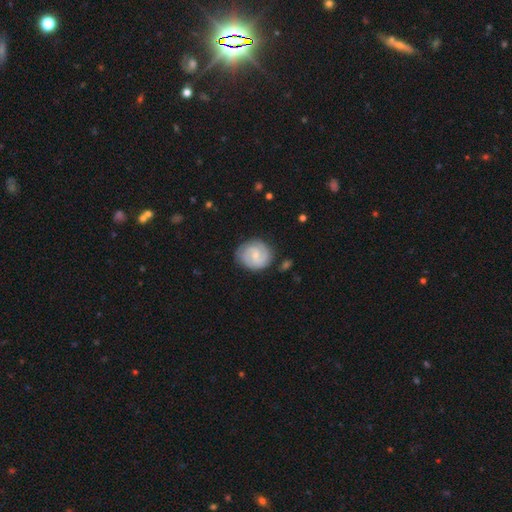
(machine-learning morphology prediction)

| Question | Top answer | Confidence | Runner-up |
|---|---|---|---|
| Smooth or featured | featured or disk | 80% | smooth (16%) |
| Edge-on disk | no | 98% | yes (2%) |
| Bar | weak | 51% | no (39%) |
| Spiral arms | yes | 97% | no (3%) |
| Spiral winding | tight | 59% | medium (34%) |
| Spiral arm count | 2 | 75% | 3 (10%) |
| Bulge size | small | 62% | moderate (28%) |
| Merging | none | 81% | minor disturbance (13%) |